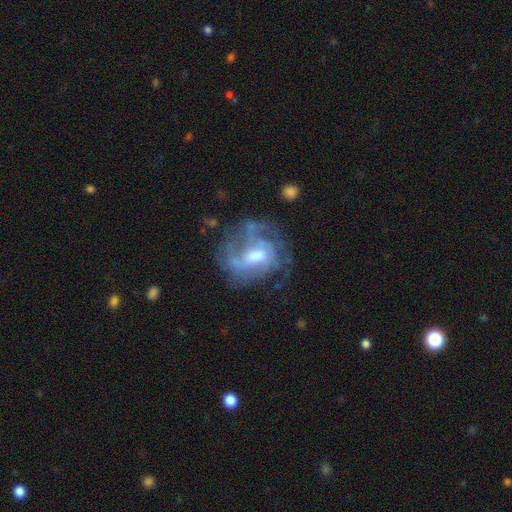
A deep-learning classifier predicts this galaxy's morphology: Smooth or featured: featured or disk — 76% (smooth — 16%)
Edge-on disk: no — 97% (yes — 3%)
Bar: weak — 47% (no — 39%)
Spiral arms: yes — 79% (no — 21%)
Spiral winding: medium — 42% (tight — 38%)
Spiral arm count: can't tell — 41% (3 — 21%)
Bulge size: moderate — 56% (small — 20%)
Merging: none — 52% (major disturbance — 23%)